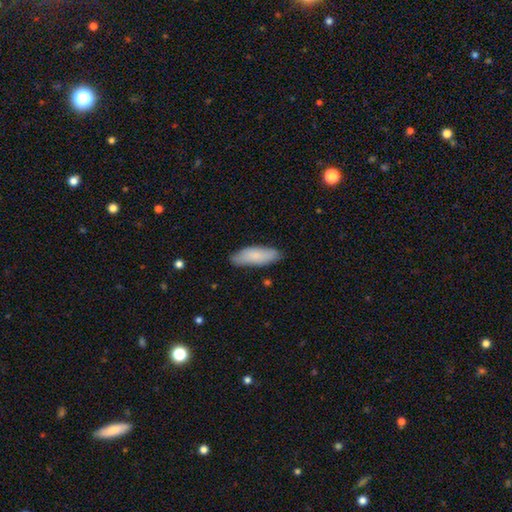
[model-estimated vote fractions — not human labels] This appears to be a smooth galaxy with no disk features (83%) that is in between round and cigar-shaped (61%). Merging: none (83%).